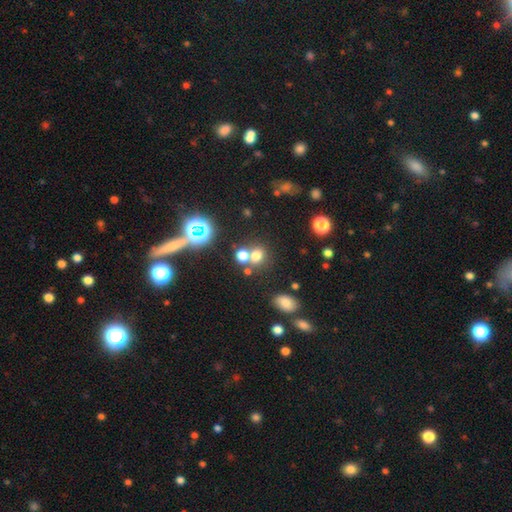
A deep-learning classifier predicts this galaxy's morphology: Smooth or featured: smooth — 67% (star or artifact — 24%)
How rounded: round — 71% (in between — 28%)
Merging: none — 54% (merger — 33%)